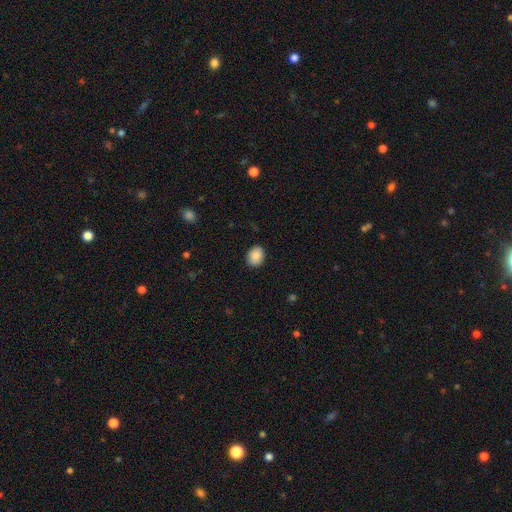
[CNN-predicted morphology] smooth-or-featured: smooth: 88% | star or artifact: 8% | featured or disk: 4%
  how-rounded: in between: 56% | round: 43% | cigar-shaped: 1%
  merging: none: 87% | minor disturbance: 10% | major disturbance: 2% | merger: 1%